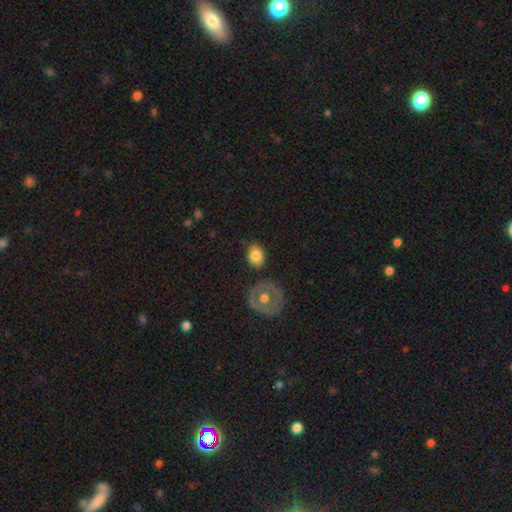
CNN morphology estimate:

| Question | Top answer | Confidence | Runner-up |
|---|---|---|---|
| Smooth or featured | smooth | 76% | featured or disk (17%) |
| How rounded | in between | 60% | round (39%) |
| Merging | none | 78% | minor disturbance (13%) |